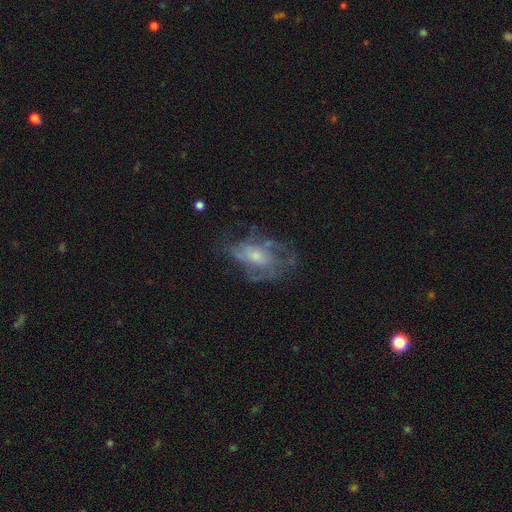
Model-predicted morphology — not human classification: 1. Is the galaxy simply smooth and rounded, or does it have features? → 67% featured or disk, 24% smooth, 9% star or artifact.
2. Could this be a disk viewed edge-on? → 95% no, 5% yes.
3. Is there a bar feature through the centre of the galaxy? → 75% no, 21% weak, 4% strong.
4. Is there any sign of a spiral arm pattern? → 59% yes, 41% no.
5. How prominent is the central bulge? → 51% small, 38% moderate, 6% none, 4% large, 1% dominant.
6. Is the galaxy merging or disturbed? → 46% none, 28% major disturbance, 23% minor disturbance, 2% merger.